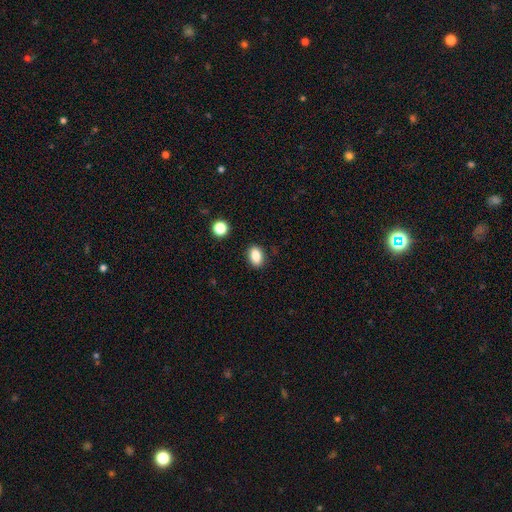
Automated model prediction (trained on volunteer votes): Q: Smooth or featured?
A: smooth (86%); runner-up: star or artifact (9%)
Q: How rounded?
A: in between (84%); runner-up: round (14%)
Q: Merging?
A: none (87%); runner-up: minor disturbance (9%)